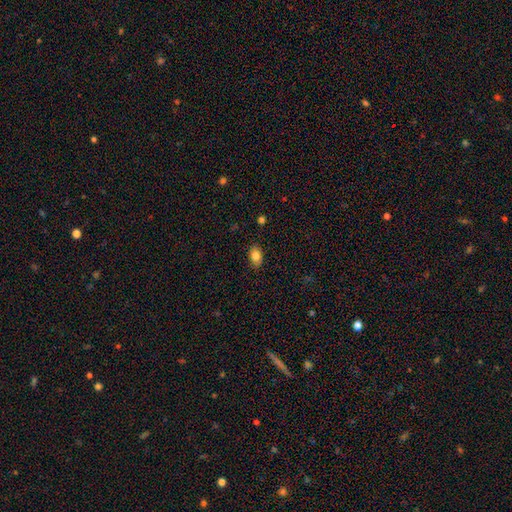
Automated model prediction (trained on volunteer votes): Q: Smooth or featured?
A: smooth (83%); runner-up: featured or disk (8%)
Q: How rounded?
A: in between (87%); runner-up: round (11%)
Q: Merging?
A: none (84%); runner-up: minor disturbance (12%)